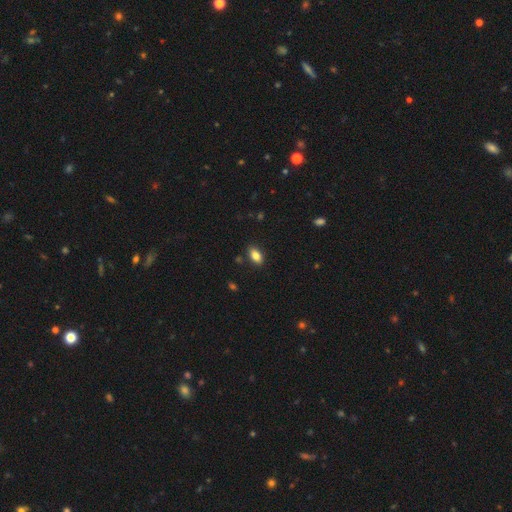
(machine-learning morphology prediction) smooth-or-featured: smooth: 84% | star or artifact: 8% | featured or disk: 8%
  how-rounded: in between: 90% | round: 6% | cigar-shaped: 4%
  merging: none: 86% | minor disturbance: 10% | major disturbance: 2% | merger: 2%